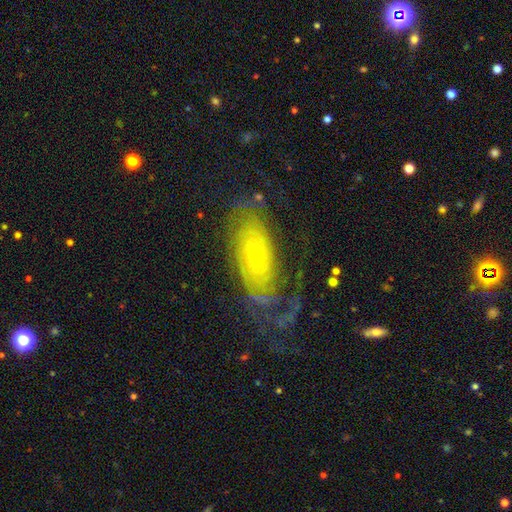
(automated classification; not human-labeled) smooth-or-featured: featured or disk: 76% | smooth: 17% | star or artifact: 7%
  disk-edge-on: no: 90% | yes: 10%
    bar: no: 77% | weak: 19% | strong: 5%
    has-spiral-arms: yes: 85% | no: 15%
      spiral-winding: tight: 59% | medium: 27% | loose: 14%
      spiral-arm-count: can't tell: 46% | 2: 28% | 3: 8% | 1: 8% | 4: 6% | more than 4: 5%
    bulge-size: small: 63% | moderate: 33% | large: 2% | none: 1% | dominant: 1%
  merging: none: 61% | major disturbance: 19% | minor disturbance: 18% | merger: 2%